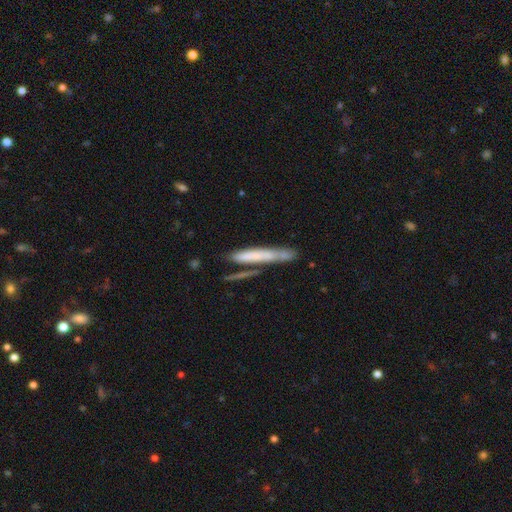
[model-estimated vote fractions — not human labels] smooth 56%, featured or disk 37%, star or artifact 7%. Down the decision tree: how rounded — cigar-shaped (94%); merging — none (57%).